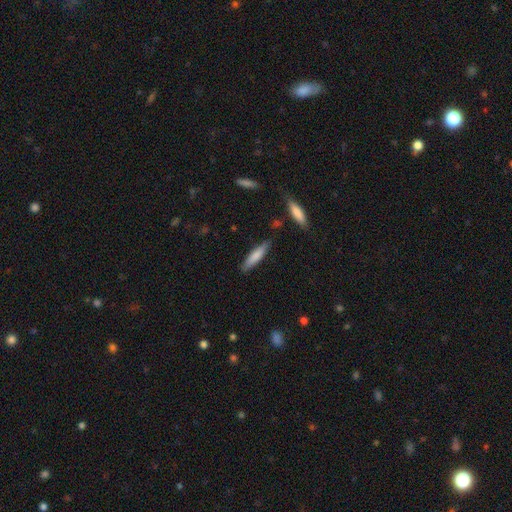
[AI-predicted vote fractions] A smooth galaxy with no disk features (76%) that is cigar-shaped (79%). Merging: none (83%).